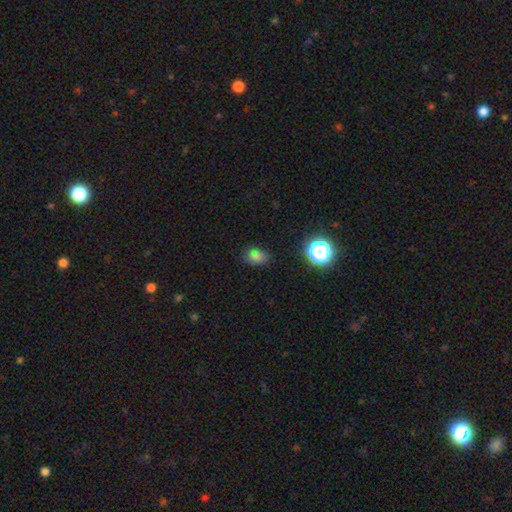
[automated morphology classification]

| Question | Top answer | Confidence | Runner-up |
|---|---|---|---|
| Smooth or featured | smooth | 80% | star or artifact (16%) |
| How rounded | in between | 67% | round (32%) |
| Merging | none | 77% | minor disturbance (17%) |